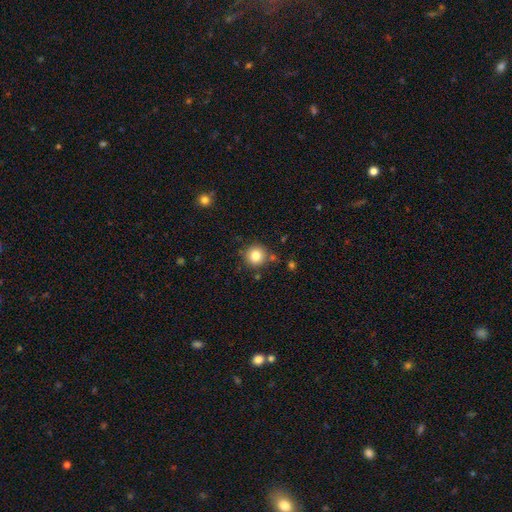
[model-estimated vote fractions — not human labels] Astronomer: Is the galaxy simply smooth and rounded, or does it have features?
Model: smooth — 82%.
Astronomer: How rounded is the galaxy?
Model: round — 93%.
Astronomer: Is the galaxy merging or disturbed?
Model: none — 83%.